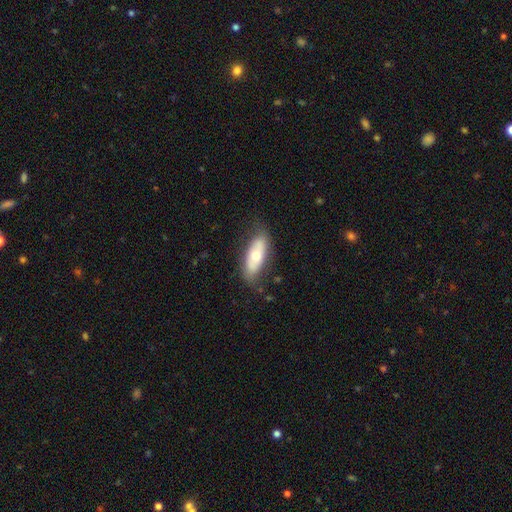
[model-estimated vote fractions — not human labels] This is possibly a smooth galaxy (57%). How rounded: likely in between (79%). Merging: likely none (78%).